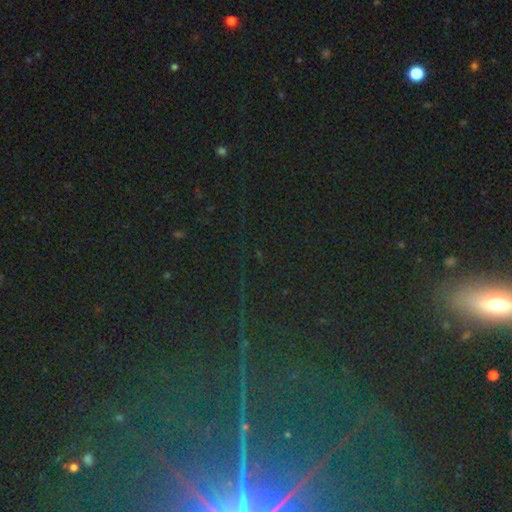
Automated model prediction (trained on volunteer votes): Overall: star or artifact (83%).